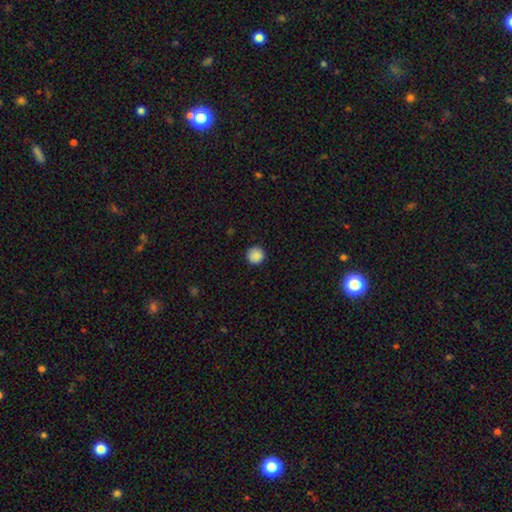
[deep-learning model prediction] A smooth galaxy with no disk features (89%) that is round (95%). Merging: none (90%).